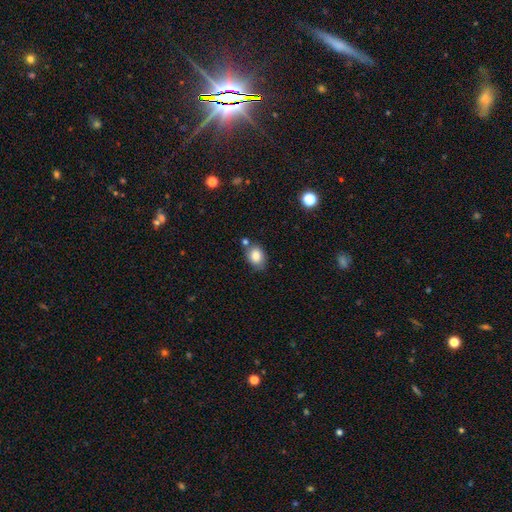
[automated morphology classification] smooth 83%, star or artifact 9%, featured or disk 8%. Down the decision tree: how rounded — in between (65%); merging — none (65%).